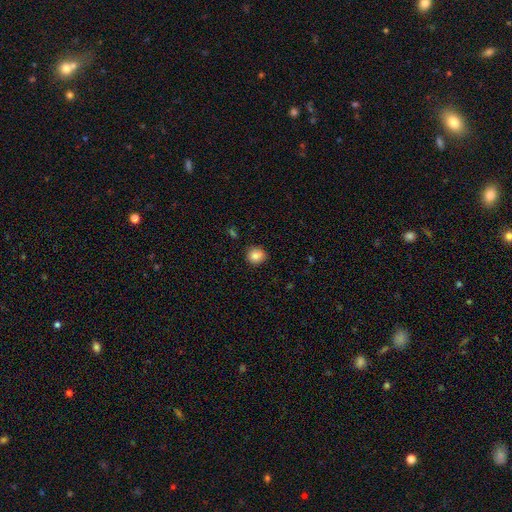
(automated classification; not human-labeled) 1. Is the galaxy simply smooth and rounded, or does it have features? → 86% smooth, 9% star or artifact, 5% featured or disk.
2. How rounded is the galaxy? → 83% round, 16% in between, 1% cigar-shaped.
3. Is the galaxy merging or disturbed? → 87% none, 10% minor disturbance, 2% major disturbance, 1% merger.